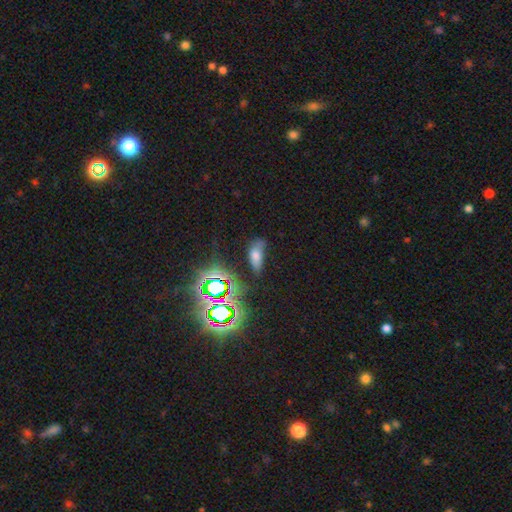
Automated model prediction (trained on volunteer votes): A smooth galaxy with no disk features (56%) that is in between round and cigar-shaped (80%).

Vote fractions:
- Smooth or featured? smooth: 56% / star or artifact: 30% / featured or disk: 14%
- How rounded? in between: 80% / cigar-shaped: 14% / round: 6%
- Merging? none: 55% / minor disturbance: 27% / major disturbance: 13% / merger: 6%